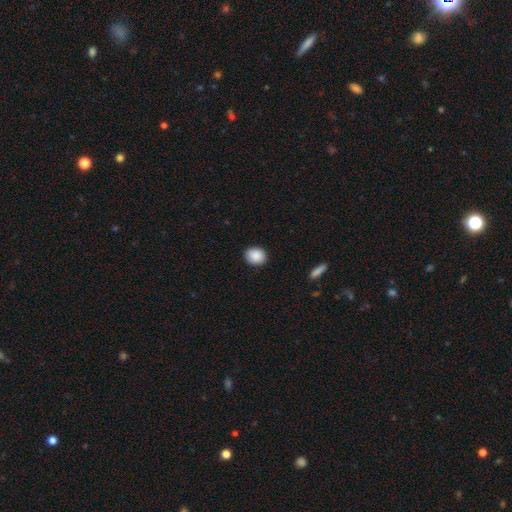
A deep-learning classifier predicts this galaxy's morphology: A smooth galaxy with no disk features (90%) that is round (65%).

Vote fractions:
- Smooth or featured? smooth: 90% / star or artifact: 7% / featured or disk: 3%
- How rounded? round: 65% / in between: 34% / cigar-shaped: 1%
- Merging? none: 89% / minor disturbance: 8% / major disturbance: 2% / merger: 1%